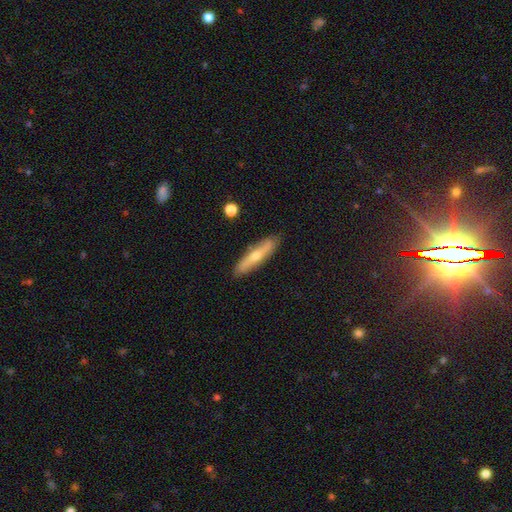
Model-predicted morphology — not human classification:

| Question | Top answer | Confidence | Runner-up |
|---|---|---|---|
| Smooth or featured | featured or disk | 45% | smooth (34%) |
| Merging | none | 86% | minor disturbance (10%) |